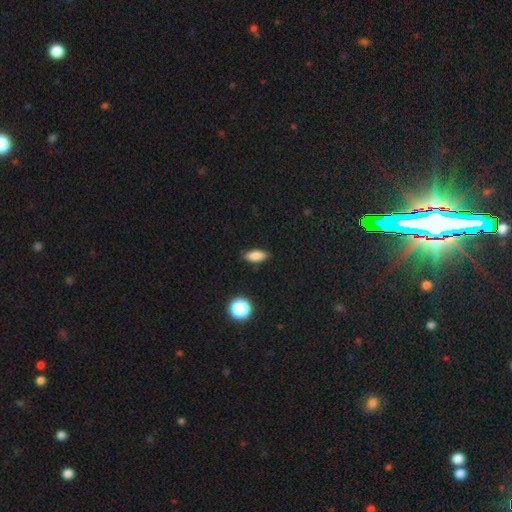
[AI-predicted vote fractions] Morphology: type=smooth (83%); roundness=in between (80%); merging=none (86%).